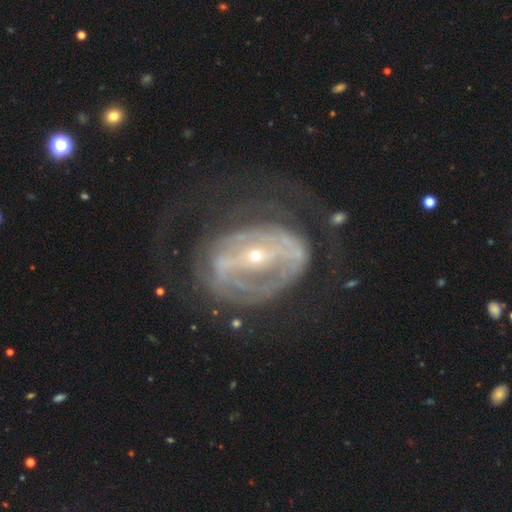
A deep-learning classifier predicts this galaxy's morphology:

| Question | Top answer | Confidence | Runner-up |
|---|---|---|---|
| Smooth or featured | featured or disk | 85% | smooth (8%) |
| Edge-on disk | no | 95% | yes (5%) |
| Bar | strong | 61% | weak (25%) |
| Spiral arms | yes | 72% | no (28%) |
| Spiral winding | tight | 48% | medium (34%) |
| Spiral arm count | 2 | 47% | can't tell (33%) |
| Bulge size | small | 78% | moderate (19%) |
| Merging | none | 45% | major disturbance (34%) |